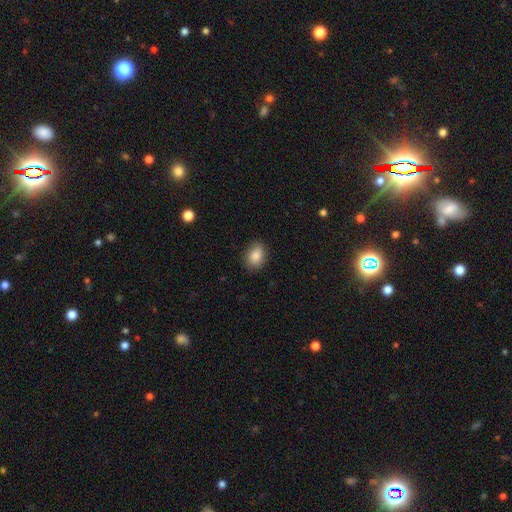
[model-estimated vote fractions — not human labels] A smooth galaxy with no disk features (86%) that is in between round and cigar-shaped (71%).

Vote fractions:
- Smooth or featured? smooth: 86% / star or artifact: 8% / featured or disk: 6%
- How rounded? in between: 71% / round: 27% / cigar-shaped: 1%
- Merging? none: 86% / minor disturbance: 11% / major disturbance: 2% / merger: 1%